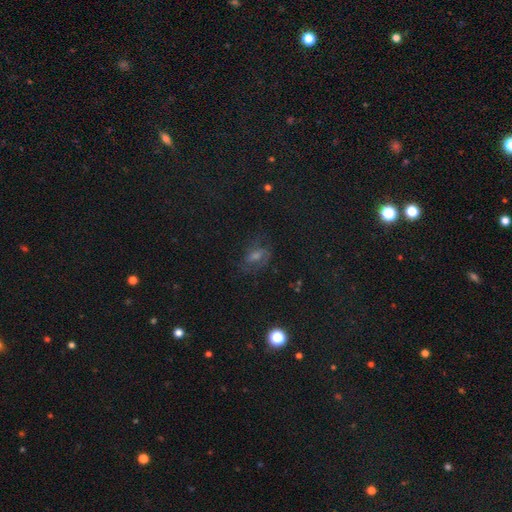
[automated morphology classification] Smooth or featured?
  - star or artifact: 38% *
  - featured or disk: 35%
  - smooth: 27%